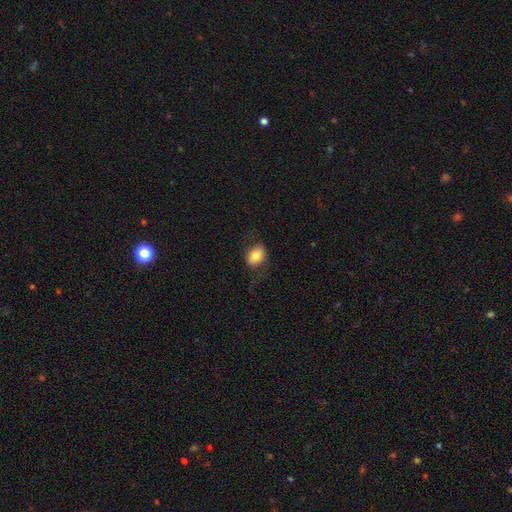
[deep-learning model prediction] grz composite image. It shows a smooth galaxy with no disk features (76%) that is in between round and cigar-shaped (66%). Merging: none (73%).